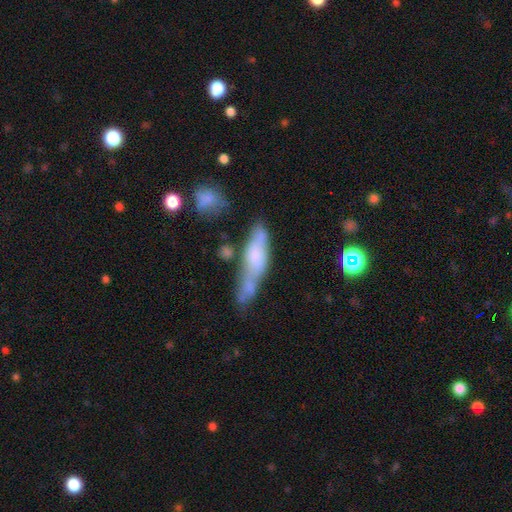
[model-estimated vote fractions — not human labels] smooth_or_featured: smooth (p=0.55) [alt: featured or disk p=0.37]
how_rounded: cigar-shaped (p=0.61) [alt: in between p=0.36]
merging: none (p=0.39) [alt: merger p=0.25]